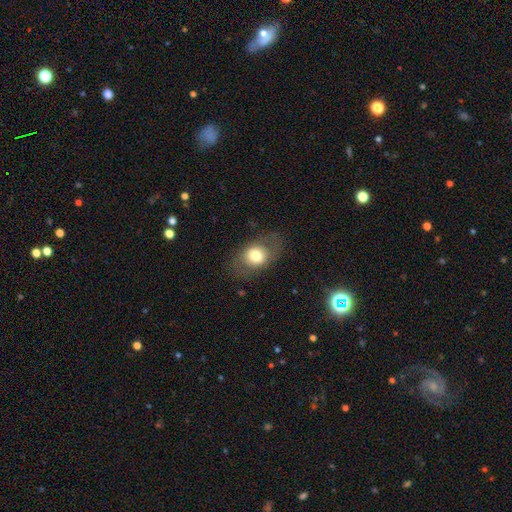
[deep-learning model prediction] Overall: smooth (69%). How rounded: in between (65%; round 34%). Merging: none (73%).